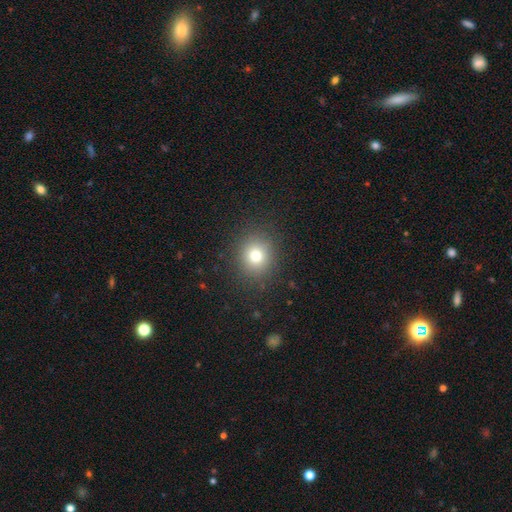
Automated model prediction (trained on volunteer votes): Overall: smooth (76%). How rounded: round (81%). Merging: none (88%).